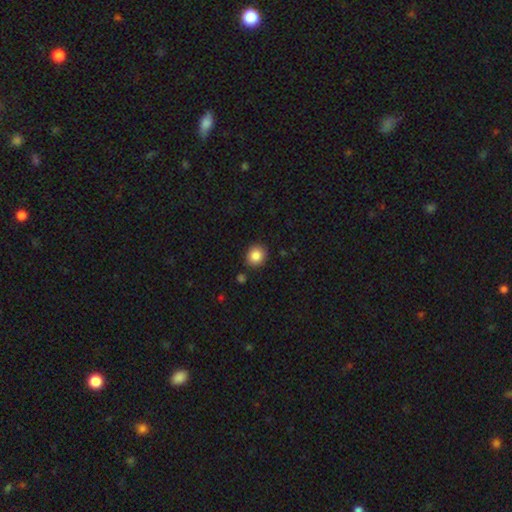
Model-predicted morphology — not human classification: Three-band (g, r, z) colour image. It shows a smooth galaxy with no disk features (86%) that is round (82%). Merging: none (87%).